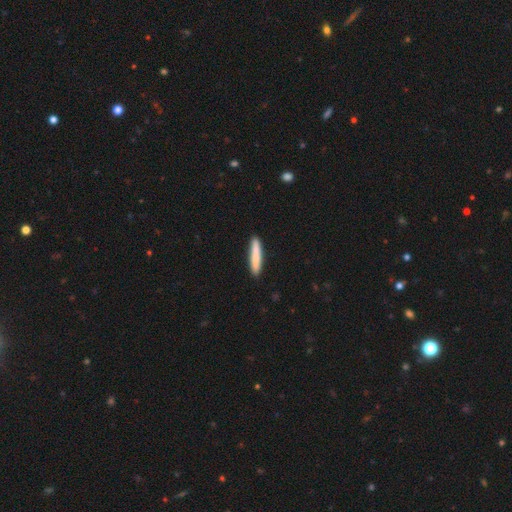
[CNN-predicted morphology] smooth-or-featured: smooth: 80% | featured or disk: 15% | star or artifact: 5%
  how-rounded: cigar-shaped: 93% | in between: 6% | round: 1%
  merging: none: 90% | minor disturbance: 8% | major disturbance: 1% | merger: 1%